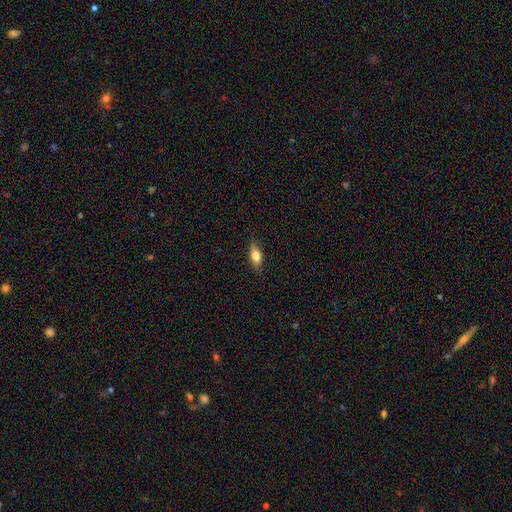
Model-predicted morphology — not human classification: Smooth or featured? Predicted: smooth (p=0.64). How rounded? Predicted: in between (p=0.70). Merging? Predicted: none (p=0.83).